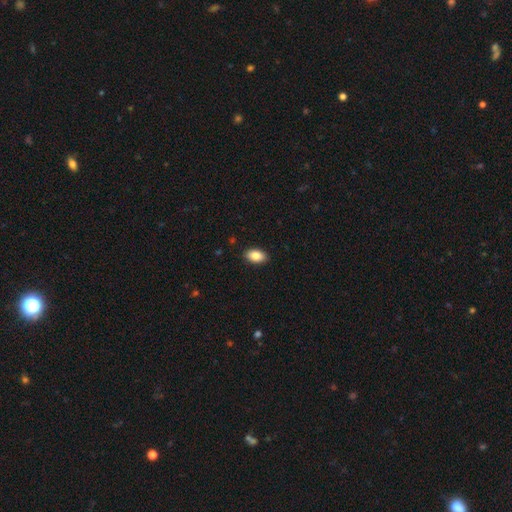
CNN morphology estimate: type=smooth (86%); roundness=in between (92%); merging=none (89%).